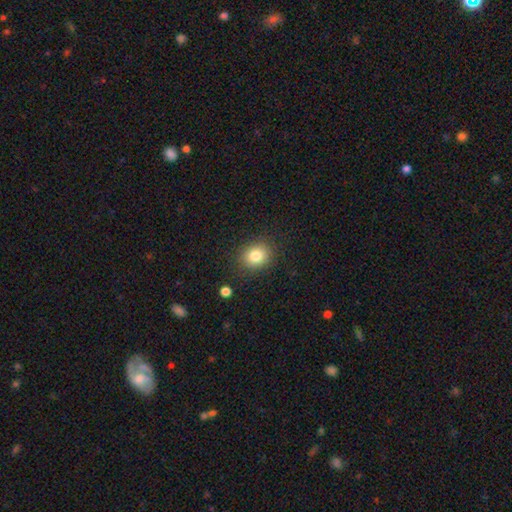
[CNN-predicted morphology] Smooth or featured: smooth — 82% (star or artifact — 11%)
How rounded: round — 64% (in between — 35%)
Merging: none — 86% (minor disturbance — 9%)